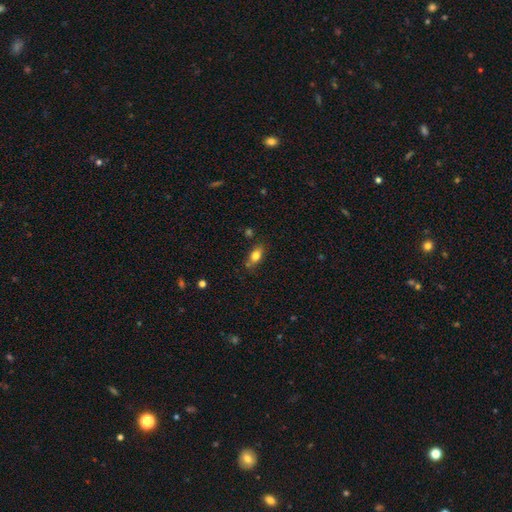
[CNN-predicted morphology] smooth 77%, featured or disk 14%, star or artifact 9%. Down the decision tree: how rounded — in between (82%); merging — none (75%).